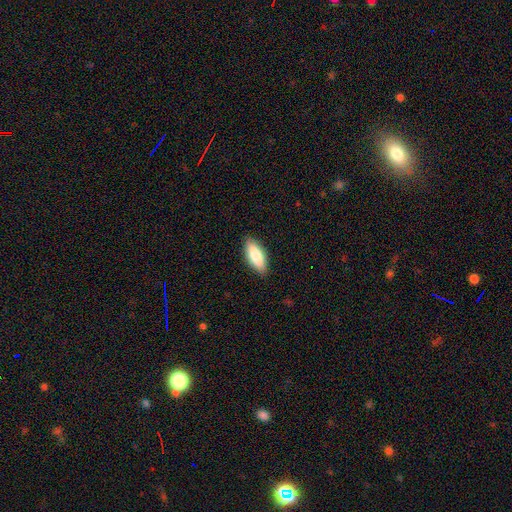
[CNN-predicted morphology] type=smooth (83%); roundness=in between (78%); merging=none (87%).